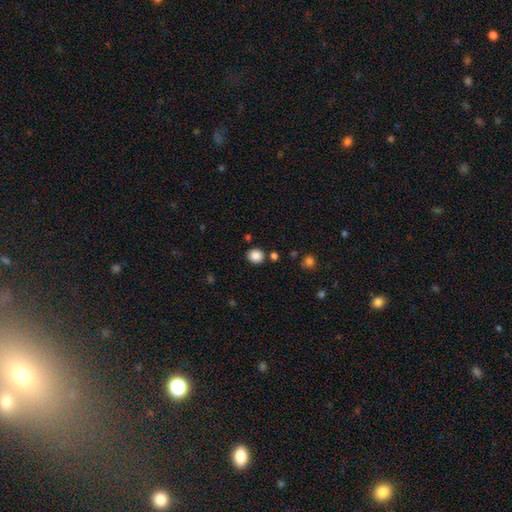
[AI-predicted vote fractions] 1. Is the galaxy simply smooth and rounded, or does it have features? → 87% smooth, 10% star or artifact, 3% featured or disk.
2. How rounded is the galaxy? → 81% round, 18% in between, 1% cigar-shaped.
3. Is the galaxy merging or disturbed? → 84% none, 8% minor disturbance, 5% merger, 3% major disturbance.